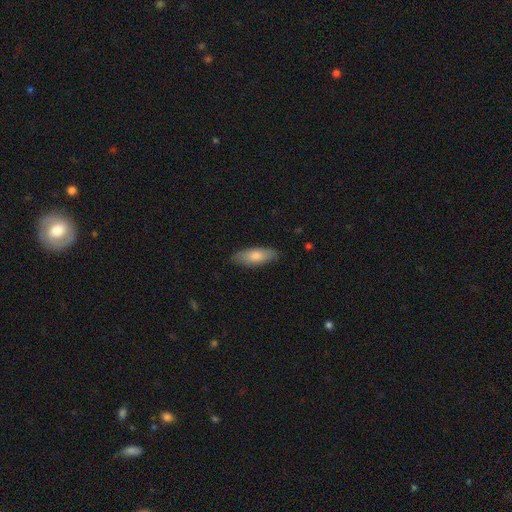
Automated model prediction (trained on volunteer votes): Smooth or featured: smooth — 75% (featured or disk — 20%)
How rounded: in between — 65% (cigar-shaped — 33%)
Merging: none — 86% (minor disturbance — 11%)